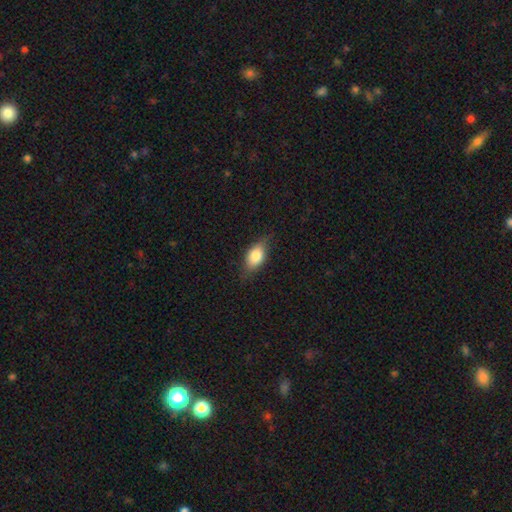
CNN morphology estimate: type=smooth (76%); roundness=in between (85%); merging=none (74%).